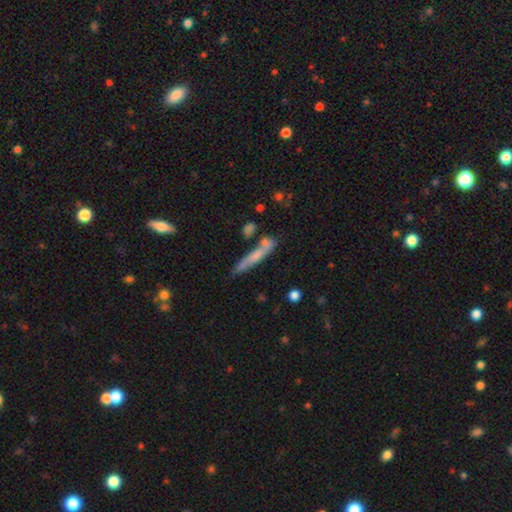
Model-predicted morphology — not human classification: Smooth or featured? Predicted: smooth (p=0.59). How rounded? Predicted: cigar-shaped (p=0.91). Merging? Predicted: none (p=0.65).